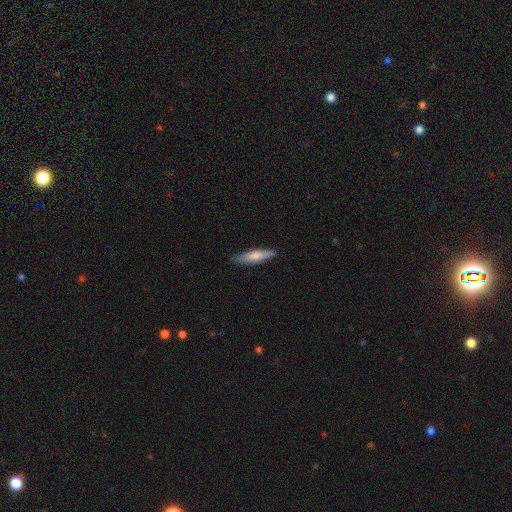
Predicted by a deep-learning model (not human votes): A smooth galaxy with no disk features (73%) that is cigar-shaped (77%).

Vote fractions:
- Smooth or featured? smooth: 73% / featured or disk: 22% / star or artifact: 5%
- How rounded? cigar-shaped: 77% / in between: 22% / round: 1%
- Merging? none: 84% / minor disturbance: 13% / major disturbance: 2% / merger: 1%